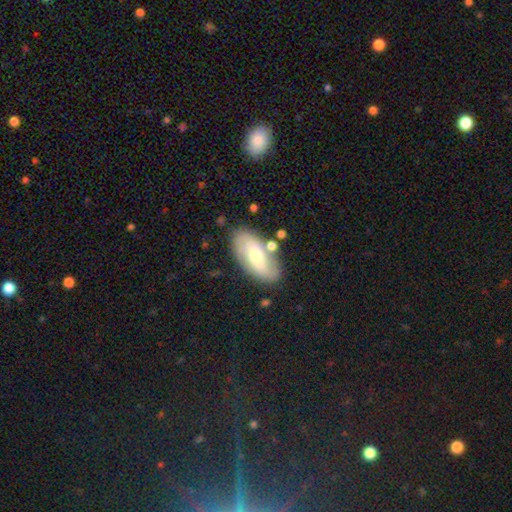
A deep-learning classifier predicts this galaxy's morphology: Overall: smooth (49%; featured or disk 45%). Merging: none (76%).